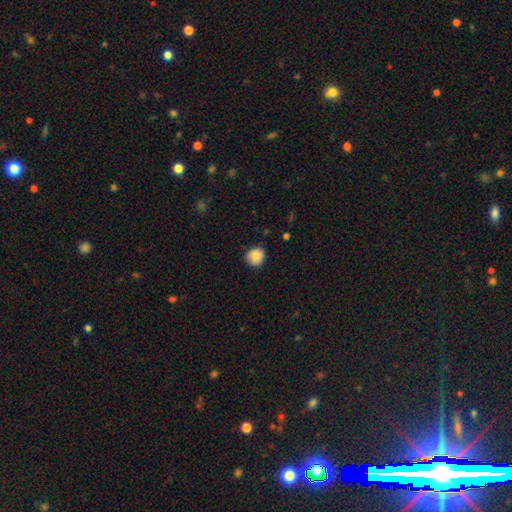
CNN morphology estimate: Overall: smooth (87%). How rounded: round (88%). Merging: none (81%).